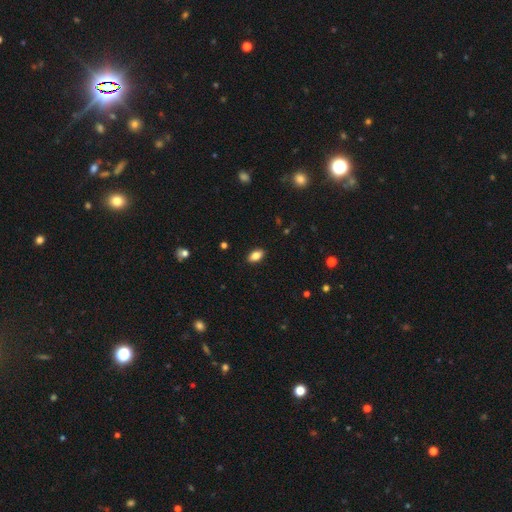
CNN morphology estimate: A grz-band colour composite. It shows a smooth galaxy with no disk features (84%) that is in between round and cigar-shaped (91%). Merging: none (89%).